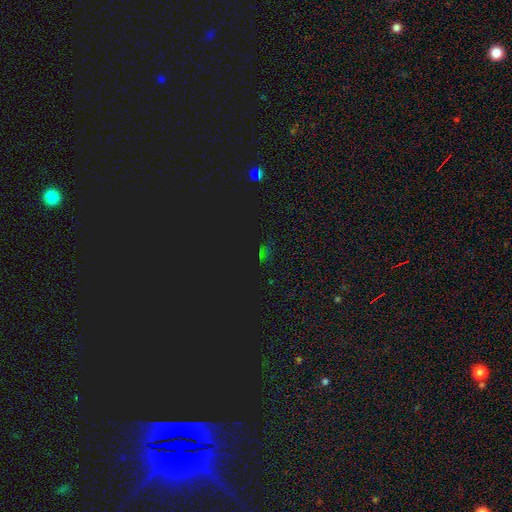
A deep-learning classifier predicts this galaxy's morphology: A star or artifact, not a galaxy (79%).